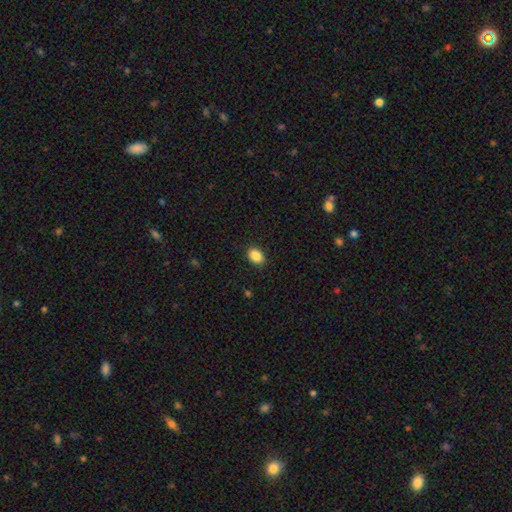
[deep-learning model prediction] Smooth or featured: smooth — 88% (star or artifact — 8%)
How rounded: in between — 81% (round — 18%)
Merging: none — 89% (minor disturbance — 8%)